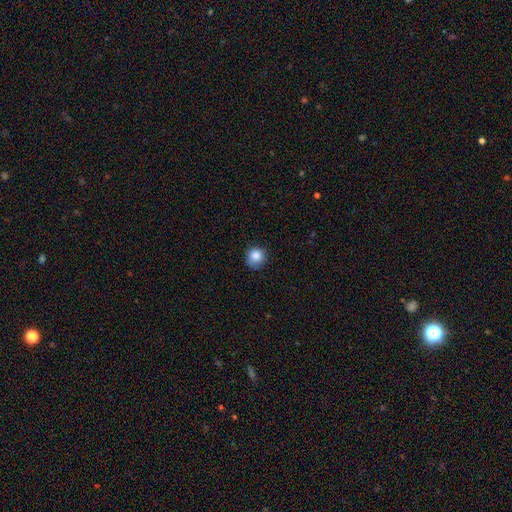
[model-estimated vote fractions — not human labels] smooth-or-featured: smooth: 86% | star or artifact: 10% | featured or disk: 5%
  how-rounded: round: 91% | in between: 8% | cigar-shaped: 1%
  merging: none: 77% | minor disturbance: 19% | major disturbance: 3% | merger: 1%